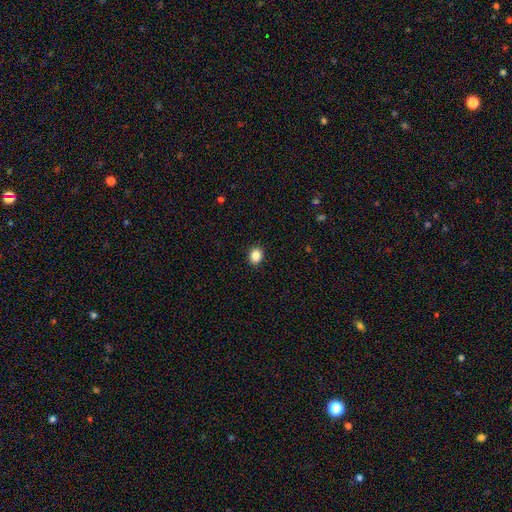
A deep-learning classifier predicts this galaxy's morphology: Smooth or featured? Predicted: smooth (p=0.86). How rounded? Predicted: round (p=0.56). Merging? Predicted: none (p=0.91).